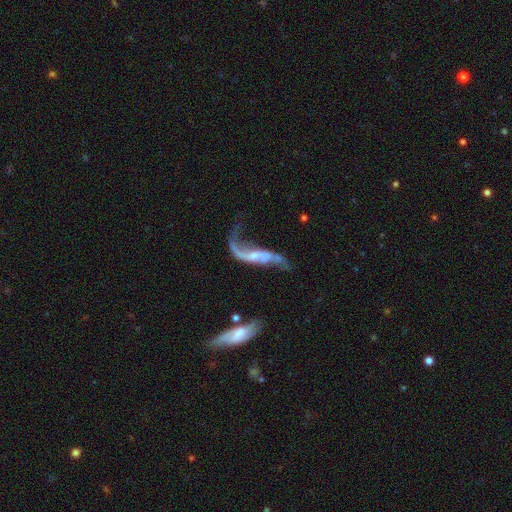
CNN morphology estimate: smooth-or-featured: featured or disk: 85% | smooth: 9% | star or artifact: 6%
  disk-edge-on: no: 88% | yes: 12%
    bar: no: 46% | weak: 36% | strong: 18%
    has-spiral-arms: yes: 91% | no: 9%
      spiral-winding: loose: 90% | medium: 7% | tight: 3%
      spiral-arm-count: 2: 84% | 1: 8% | can't tell: 3% | 3: 1% | 4: 1% | more than 4: 1%
    bulge-size: small: 59% | moderate: 27% | none: 11% | large: 2% | dominant: 1%
  merging: none: 41% | major disturbance: 27% | minor disturbance: 20% | merger: 11%